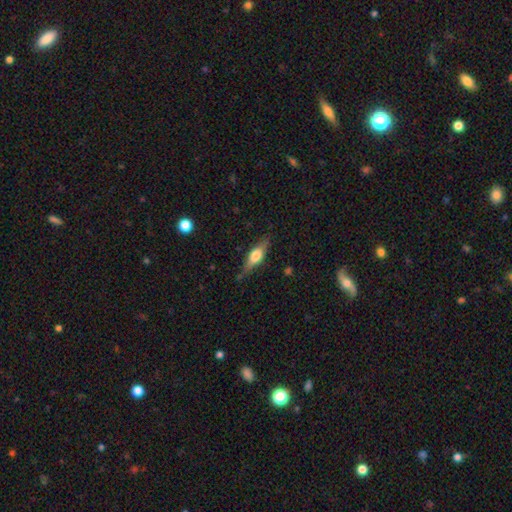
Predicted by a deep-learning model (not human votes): Q: Smooth or featured?
A: smooth (48%); runner-up: featured or disk (46%)
Q: Merging?
A: none (77%); runner-up: minor disturbance (17%)